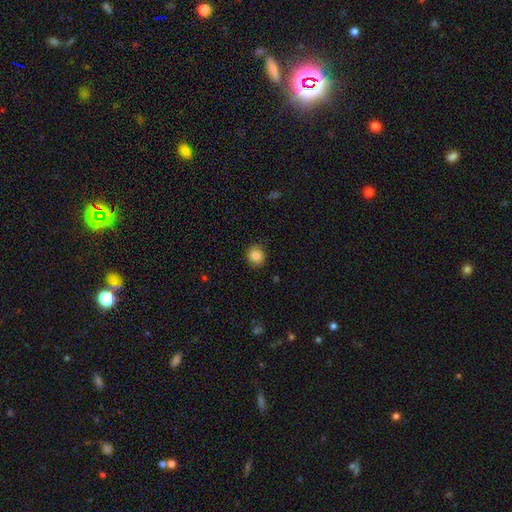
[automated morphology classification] This is clearly a smooth galaxy (85%). How rounded: likely round (80%). Merging: clearly none (89%).